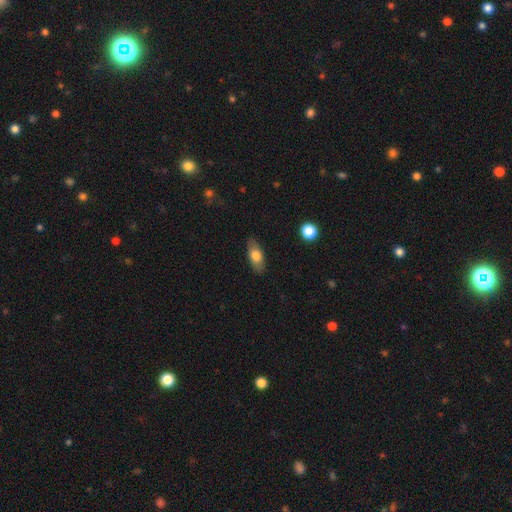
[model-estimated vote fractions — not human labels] Smooth or featured? Predicted: smooth (p=0.71). How rounded? Predicted: in between (p=0.82). Merging? Predicted: none (p=0.85).